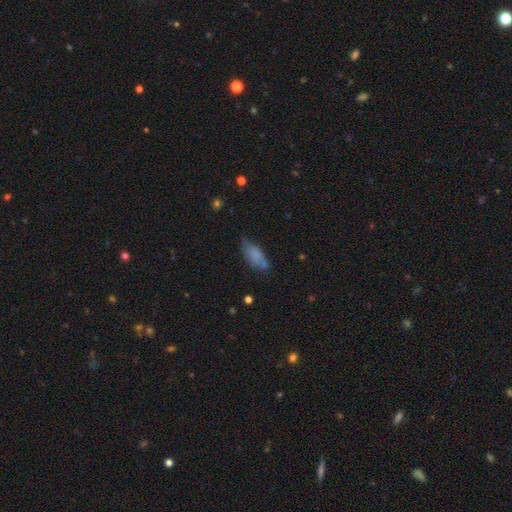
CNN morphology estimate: Smooth or featured?
  - smooth: 73% *
  - featured or disk: 17%
  - star or artifact: 10%
How rounded?
  - in between: 79% *
  - cigar-shaped: 18%
  - round: 3%
Merging?
  - none: 51% *
  - minor disturbance: 32%
  - major disturbance: 10%
  - merger: 7%